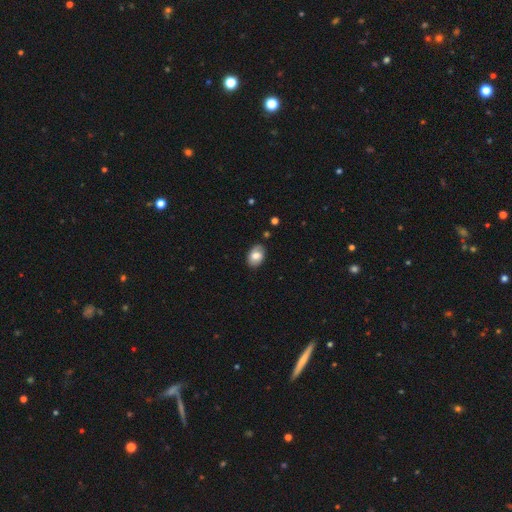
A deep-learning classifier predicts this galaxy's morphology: This appears to be a smooth galaxy with no disk features (74%) that is in between round and cigar-shaped (84%). Merging: none (82%).